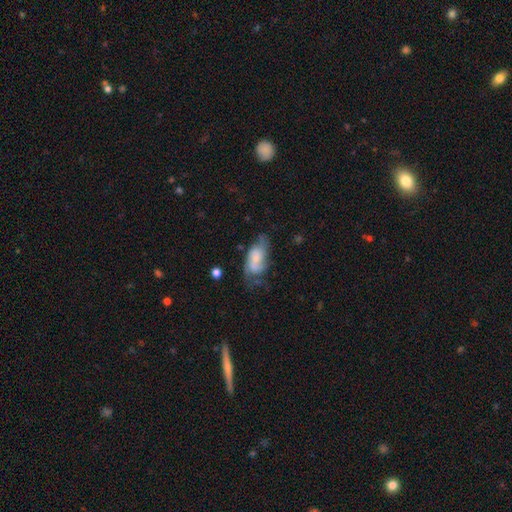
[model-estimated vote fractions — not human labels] A featured or disk galaxy (54%) with no bar (65%), spiral arms (76%) and a small central bulge (43%). Merging: none (43%).